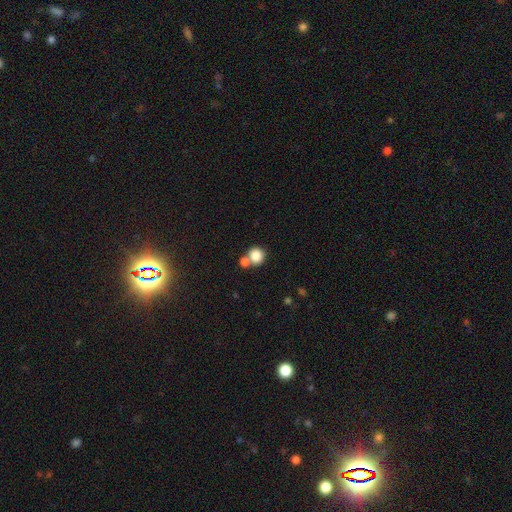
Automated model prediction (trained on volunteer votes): smooth_or_featured: smooth (p=0.84) [alt: star or artifact p=0.10]
how_rounded: round (p=0.88) [alt: in between p=0.11]
merging: none (p=0.53) [alt: merger p=0.36]